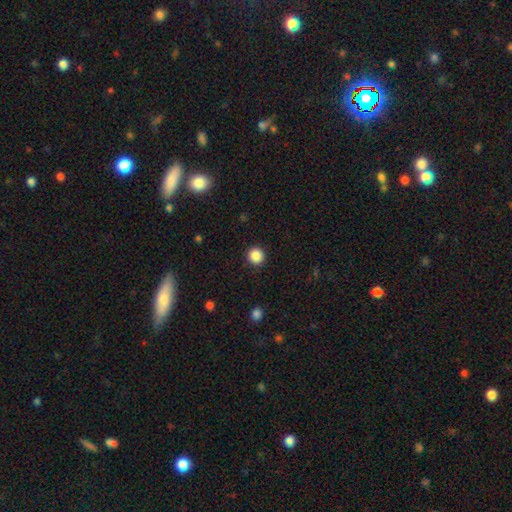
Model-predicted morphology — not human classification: smooth_or_featured: smooth (p=0.87) [alt: star or artifact p=0.10]
how_rounded: round (p=0.95) [alt: in between p=0.04]
merging: none (p=0.92) [alt: minor disturbance p=0.05]